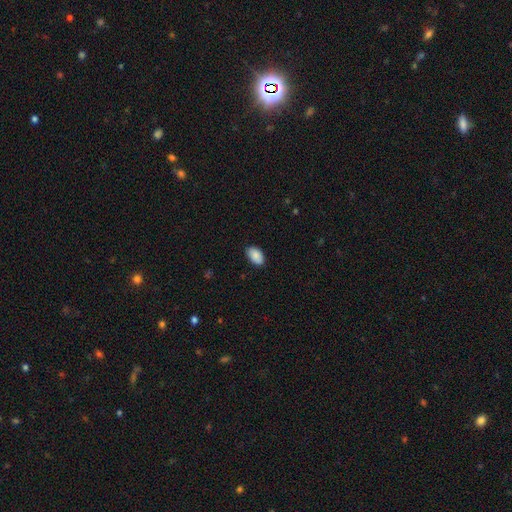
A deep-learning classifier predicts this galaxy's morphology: smooth_or_featured: smooth (p=0.88) [alt: star or artifact p=0.07]
how_rounded: in between (p=0.93) [alt: round p=0.06]
merging: none (p=0.85) [alt: minor disturbance p=0.12]